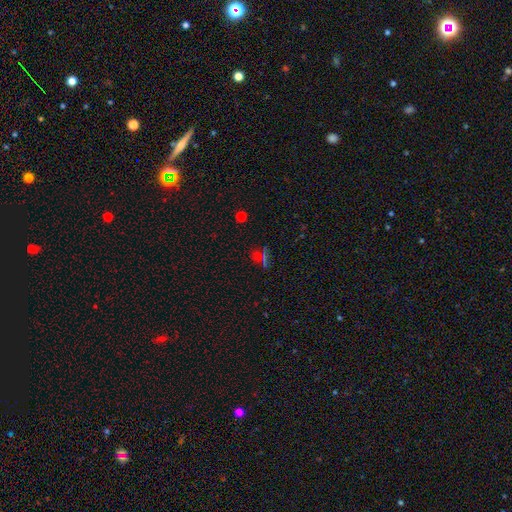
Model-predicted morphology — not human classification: Smooth or featured? star or artifact (53%)